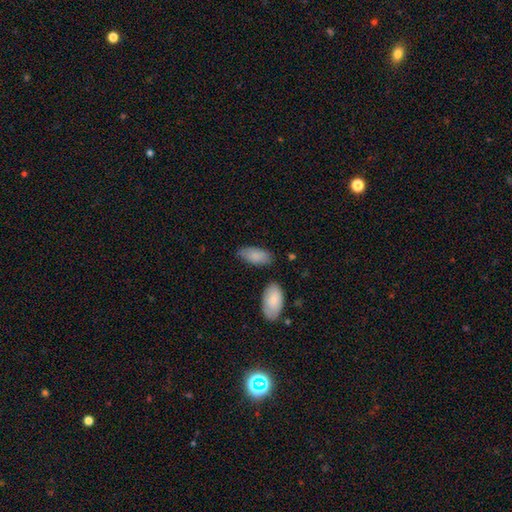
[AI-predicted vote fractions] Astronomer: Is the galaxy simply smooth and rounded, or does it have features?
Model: smooth — 85%.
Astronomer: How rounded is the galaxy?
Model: in between — 91%.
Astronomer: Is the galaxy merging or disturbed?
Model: none — 70%.